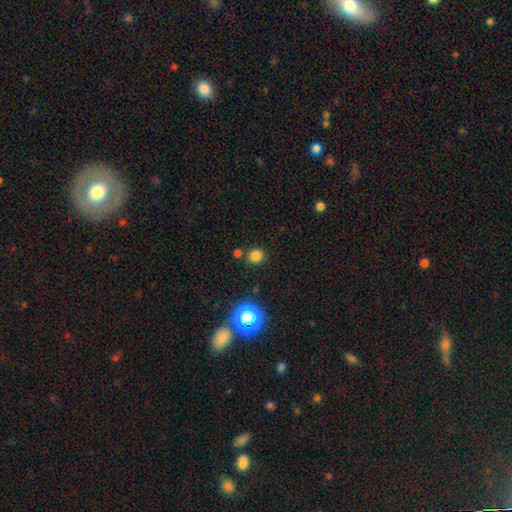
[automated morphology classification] This is likely a smooth galaxy (78%). How rounded: clearly round (84%). Merging: likely none (79%).